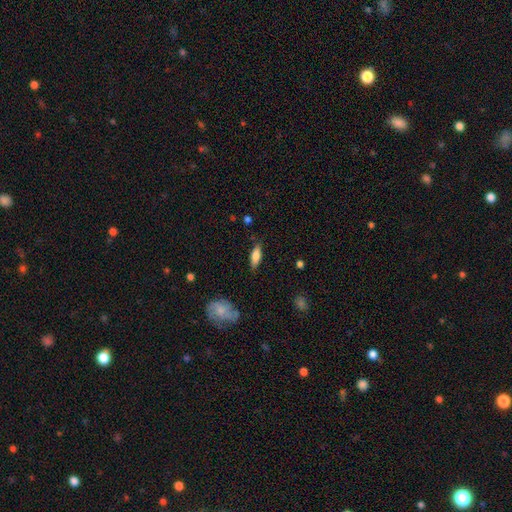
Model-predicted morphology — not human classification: smooth-or-featured: smooth: 75% | featured or disk: 19% | star or artifact: 7%
  how-rounded: in between: 60% | cigar-shaped: 38% | round: 2%
  merging: none: 82% | minor disturbance: 14% | major disturbance: 3% | merger: 2%